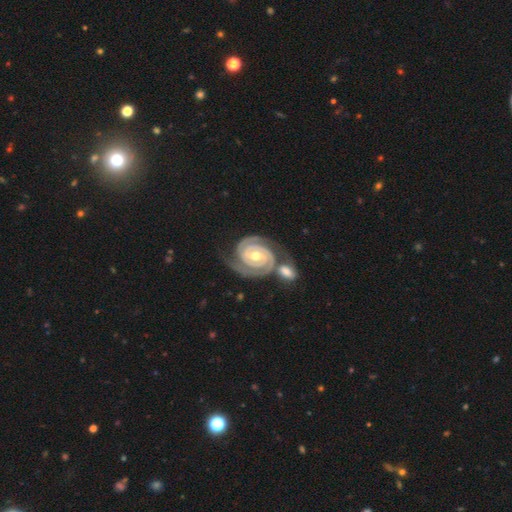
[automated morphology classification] The model was most divided on "bar": weak: 39%, strong: 32%, no: 28%. More confident: spiral arms — yes (99%); edge-on disk — no (98%); smooth or featured — featured or disk (93%); spiral winding — tight (84%); spiral arm count — 2 (82%); bulge size — moderate (66%); merging — none (59%).